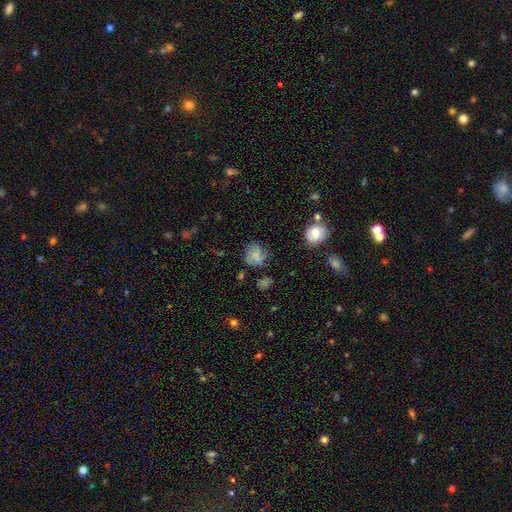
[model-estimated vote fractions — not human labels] Smooth or featured?
  - smooth: 60% *
  - featured or disk: 28%
  - star or artifact: 12%
How rounded?
  - round: 71% *
  - in between: 27%
  - cigar-shaped: 1%
Merging?
  - none: 63% *
  - minor disturbance: 23%
  - major disturbance: 11%
  - merger: 3%